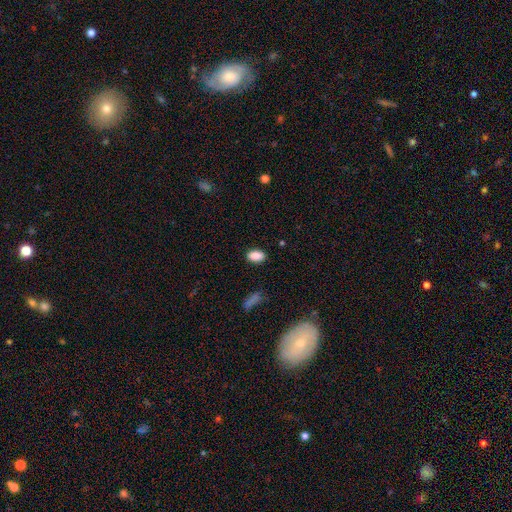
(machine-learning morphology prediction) This is clearly a smooth galaxy (88%). How rounded: clearly in between (90%). Merging: clearly none (86%).